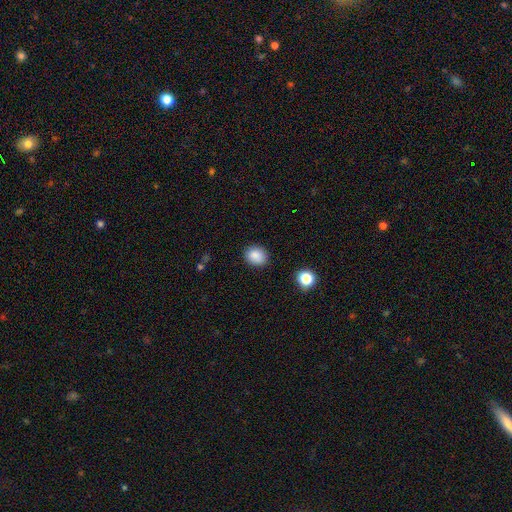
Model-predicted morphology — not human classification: Overall: smooth (86%). How rounded: round (63%; in between 36%). Merging: none (86%).